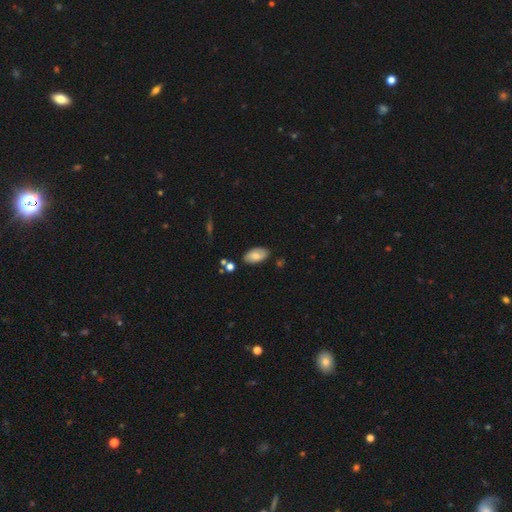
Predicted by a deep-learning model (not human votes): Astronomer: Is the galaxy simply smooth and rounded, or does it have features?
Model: smooth — 69%.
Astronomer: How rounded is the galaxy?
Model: in between — 94%.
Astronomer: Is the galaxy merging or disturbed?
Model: none — 79%.